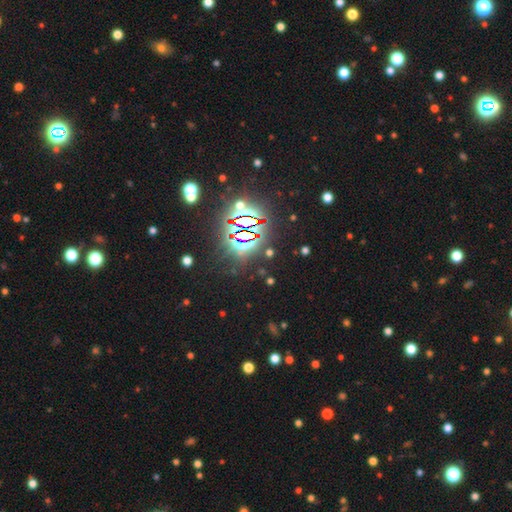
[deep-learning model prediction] This appears to be a star or artifact, not a galaxy (85%).